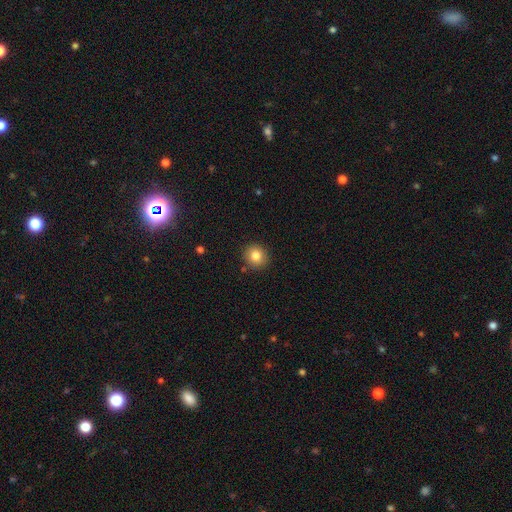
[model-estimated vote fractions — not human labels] smooth-or-featured: smooth: 83% | star or artifact: 10% | featured or disk: 7%
  how-rounded: round: 87% | in between: 12% | cigar-shaped: 1%
  merging: none: 89% | minor disturbance: 7% | major disturbance: 2% | merger: 2%